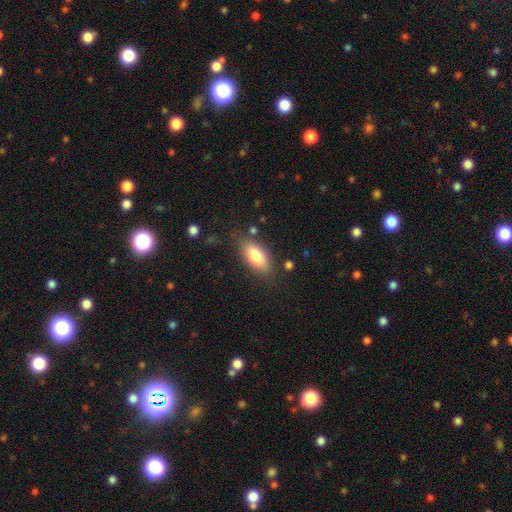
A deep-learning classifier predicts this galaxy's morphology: Smooth or featured: smooth — 80% (featured or disk — 13%)
How rounded: in between — 86% (cigar-shaped — 11%)
Merging: none — 78% (minor disturbance — 15%)